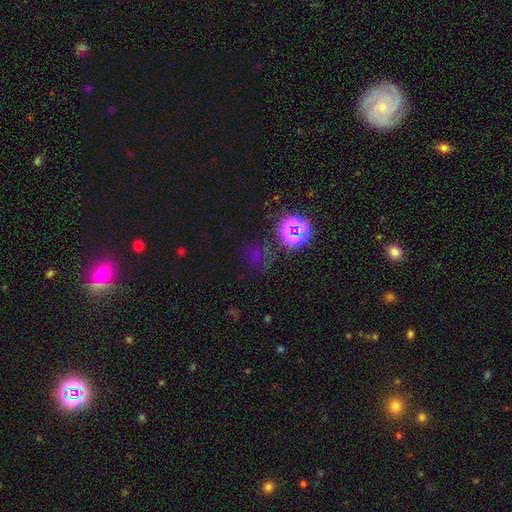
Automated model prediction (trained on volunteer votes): Smooth or featured? Predicted: star or artifact (p=0.64).